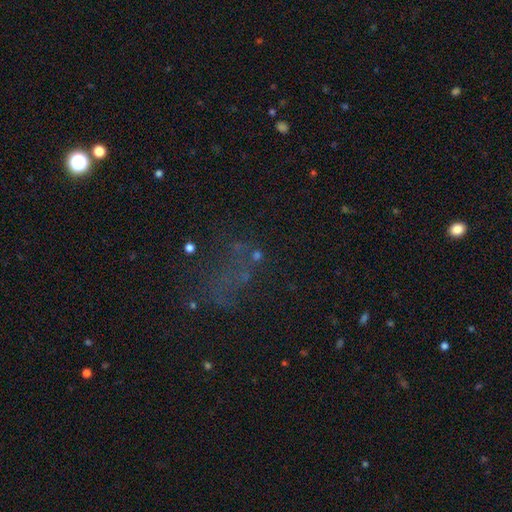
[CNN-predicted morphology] The model was most divided on "smooth or featured": star or artifact: 43%, smooth: 29%, featured or disk: 28%.